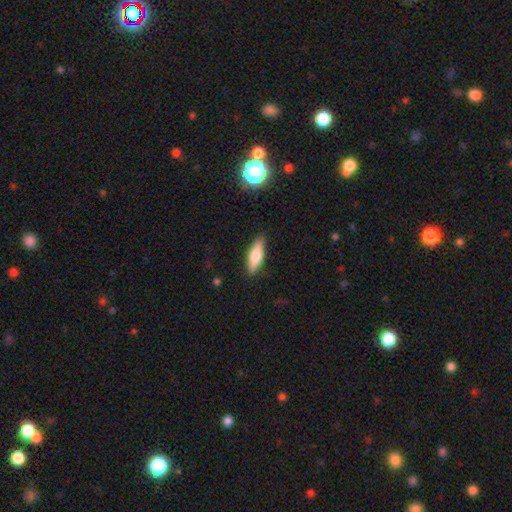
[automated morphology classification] A smooth galaxy with no disk features (66%) that is cigar-shaped (50%). Merging: none (87%).